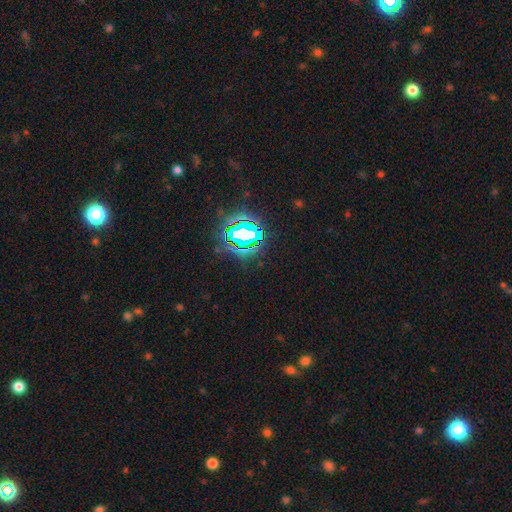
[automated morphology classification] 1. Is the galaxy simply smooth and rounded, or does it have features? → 82% star or artifact, 11% smooth, 7% featured or disk.